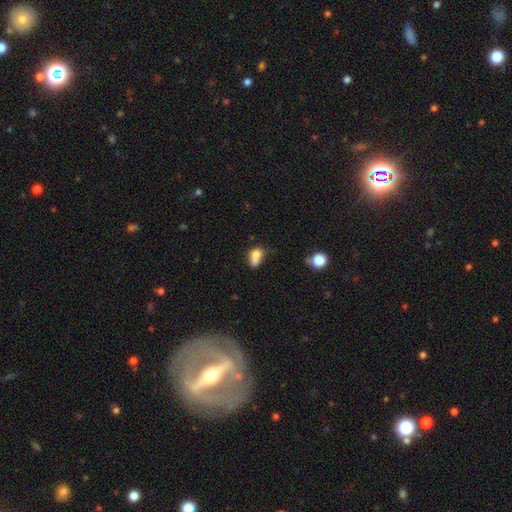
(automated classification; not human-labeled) A smooth galaxy with no disk features (73%) that is in between round and cigar-shaped (69%).

Vote fractions:
- Smooth or featured? smooth: 73% / featured or disk: 15% / star or artifact: 12%
- How rounded? in between: 69% / round: 27% / cigar-shaped: 4%
- Merging? merger: 36% / none: 28% / minor disturbance: 22% / major disturbance: 14%